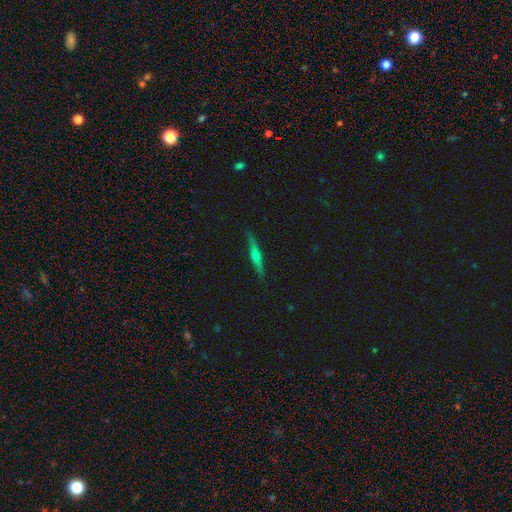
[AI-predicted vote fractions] Morphology: type=featured or disk (60%); edge-on=yes (97%); edge-on bulge=rounded (76%); merging=none (88%).